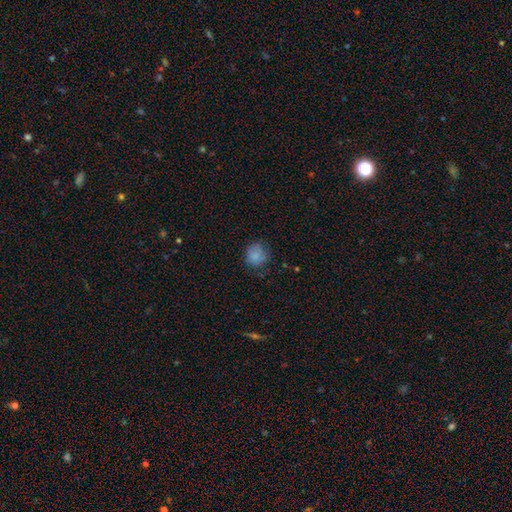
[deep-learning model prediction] Smooth or featured? Predicted: smooth (p=0.81). How rounded? Predicted: round (p=0.85). Merging? Predicted: none (p=0.73).